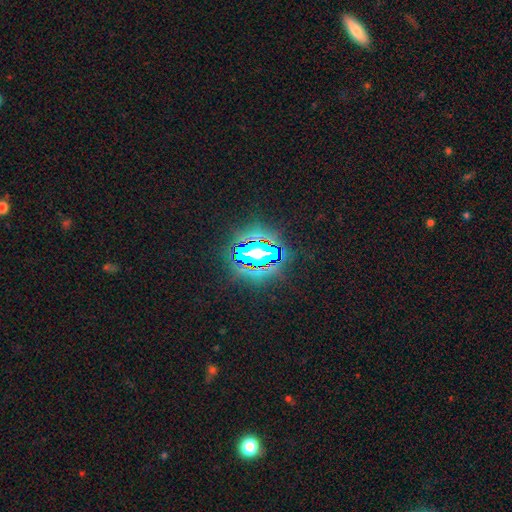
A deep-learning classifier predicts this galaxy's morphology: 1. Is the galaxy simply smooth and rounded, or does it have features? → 80% star or artifact, 11% smooth, 9% featured or disk.